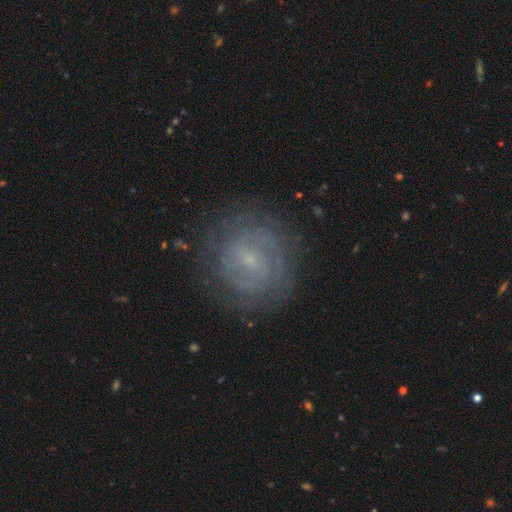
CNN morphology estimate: Q: Smooth or featured?
A: featured or disk (71%); runner-up: smooth (19%)
Q: Edge-on disk?
A: no (97%); runner-up: yes (3%)
Q: Bar?
A: weak (51%); runner-up: no (38%)
Q: Spiral arms?
A: yes (89%); runner-up: no (11%)
Q: Spiral winding?
A: tight (63%); runner-up: medium (29%)
Q: Spiral arm count?
A: 2 (40%); runner-up: can't tell (37%)
Q: Bulge size?
A: small (76%); runner-up: moderate (13%)
Q: Merging?
A: none (82%); runner-up: minor disturbance (12%)